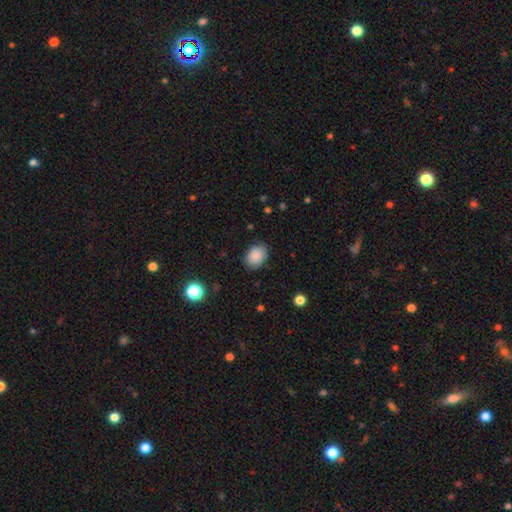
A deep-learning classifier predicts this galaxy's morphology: A smooth galaxy with no disk features (87%) that is in between round and cigar-shaped (64%). Merging: none (83%).